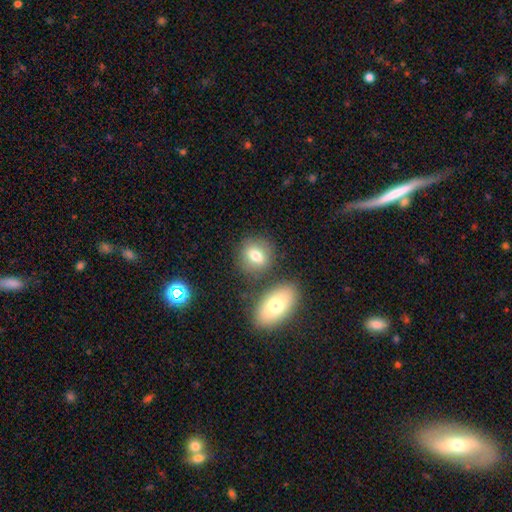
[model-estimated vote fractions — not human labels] This is likely a smooth galaxy (74%). How rounded: possibly round (52%). Merging: likely none (71%).